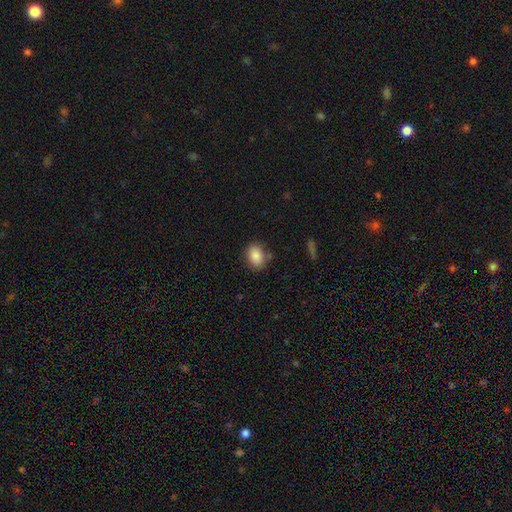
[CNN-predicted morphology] Q: Smooth or featured?
A: smooth (87%); runner-up: star or artifact (8%)
Q: How rounded?
A: in between (74%); runner-up: round (24%)
Q: Merging?
A: none (81%); runner-up: minor disturbance (12%)